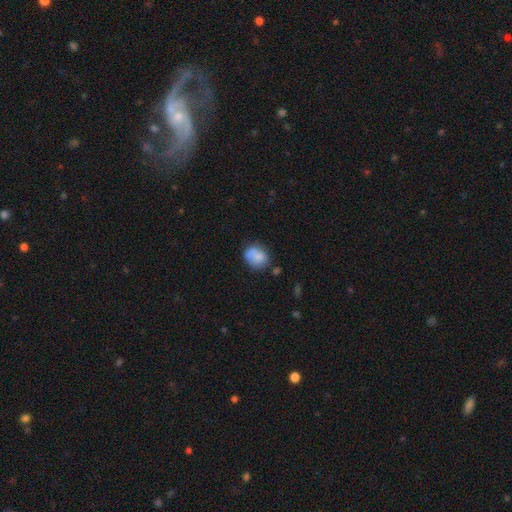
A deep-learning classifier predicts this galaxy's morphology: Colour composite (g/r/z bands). It shows a smooth galaxy with no disk features (77%) that is round (52%). Merging: none (55%).